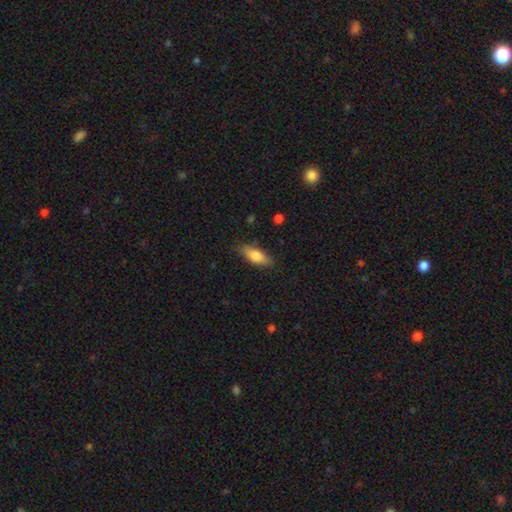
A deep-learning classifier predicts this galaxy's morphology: smooth 75%, featured or disk 19%, star or artifact 6%. Down the decision tree: how rounded — in between (70%); merging — none (81%).